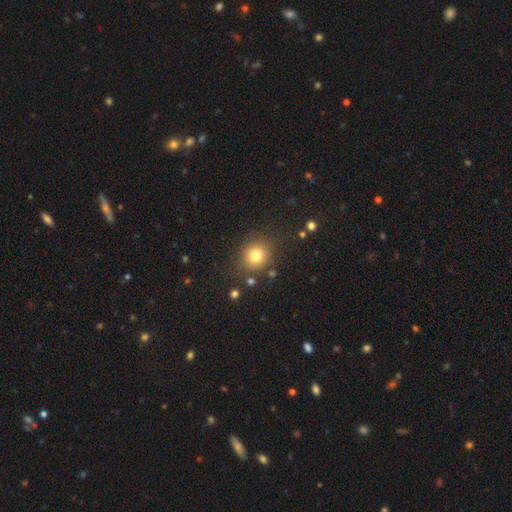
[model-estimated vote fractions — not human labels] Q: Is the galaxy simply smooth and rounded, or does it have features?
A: smooth — 80%.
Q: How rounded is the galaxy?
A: round — 82%.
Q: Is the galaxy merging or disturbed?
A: none — 83%.